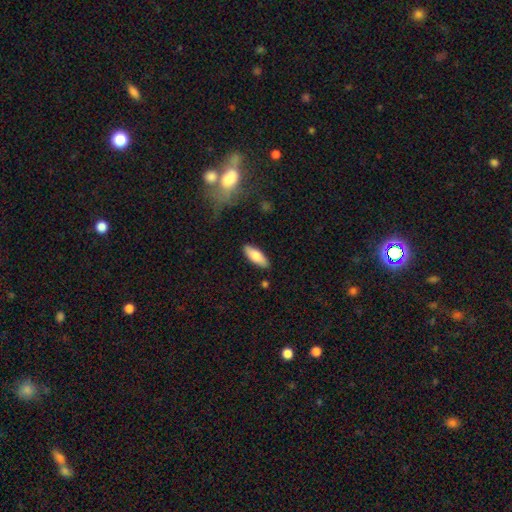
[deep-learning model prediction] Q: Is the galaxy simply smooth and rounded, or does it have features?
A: smooth — 78%.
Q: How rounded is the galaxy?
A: in between — 66%.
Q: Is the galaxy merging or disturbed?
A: none — 86%.